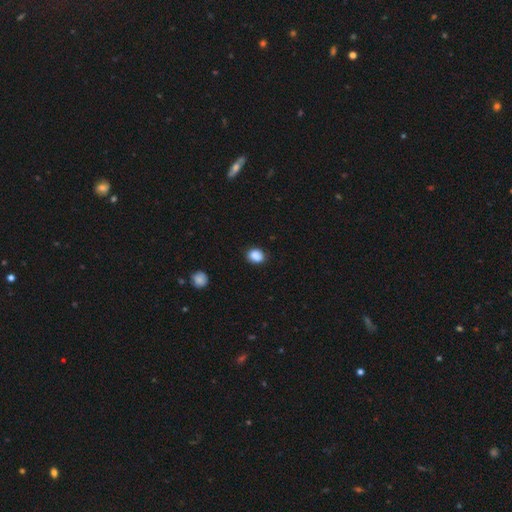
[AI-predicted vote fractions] A smooth galaxy with no disk features (87%) that is round (56%).

Vote fractions:
- Smooth or featured? smooth: 87% / star or artifact: 9% / featured or disk: 4%
- How rounded? round: 56% / in between: 43% / cigar-shaped: 1%
- Merging? none: 82% / minor disturbance: 13% / major disturbance: 3% / merger: 2%